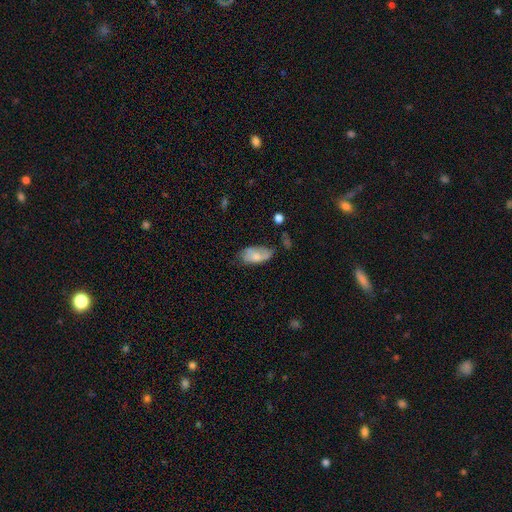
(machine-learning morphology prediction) A smooth galaxy with no disk features (67%) that is in between round and cigar-shaped (91%).

Vote fractions:
- Smooth or featured? smooth: 67% / featured or disk: 25% / star or artifact: 7%
- How rounded? in between: 91% / cigar-shaped: 6% / round: 3%
- Merging? none: 46% / minor disturbance: 35% / major disturbance: 14% / merger: 5%